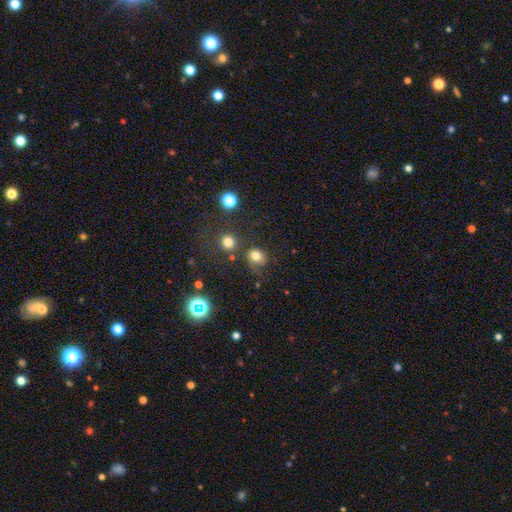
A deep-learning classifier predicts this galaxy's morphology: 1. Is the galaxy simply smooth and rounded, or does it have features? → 76% smooth, 15% star or artifact, 9% featured or disk.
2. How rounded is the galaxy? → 69% round, 30% in between, 1% cigar-shaped.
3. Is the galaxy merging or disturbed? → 60% none, 21% minor disturbance, 11% major disturbance, 9% merger.